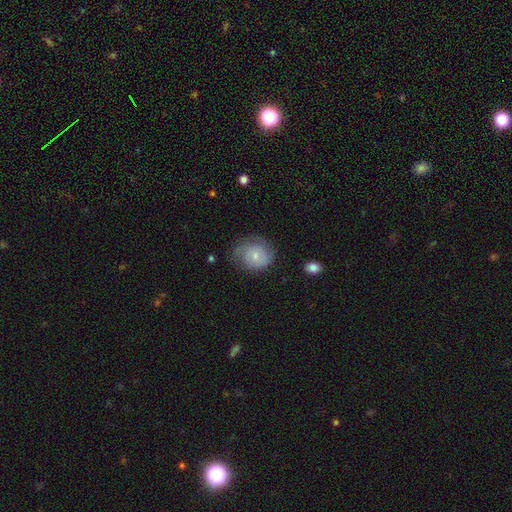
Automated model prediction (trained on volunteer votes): A smooth galaxy with no disk features (56%) that is round (71%).

Vote fractions:
- Smooth or featured? smooth: 56% / featured or disk: 37% / star or artifact: 7%
- How rounded? round: 71% / in between: 28% / cigar-shaped: 1%
- Merging? none: 57% / minor disturbance: 28% / major disturbance: 13% / merger: 2%